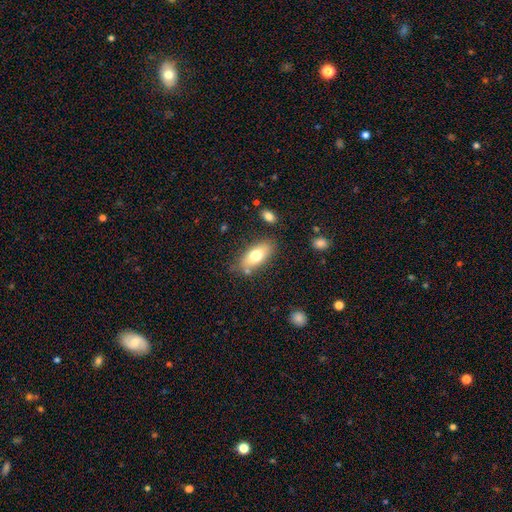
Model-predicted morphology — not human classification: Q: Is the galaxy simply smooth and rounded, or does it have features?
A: smooth — 71%.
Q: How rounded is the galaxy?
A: in between — 84%.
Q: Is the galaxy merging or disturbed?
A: none — 75%.